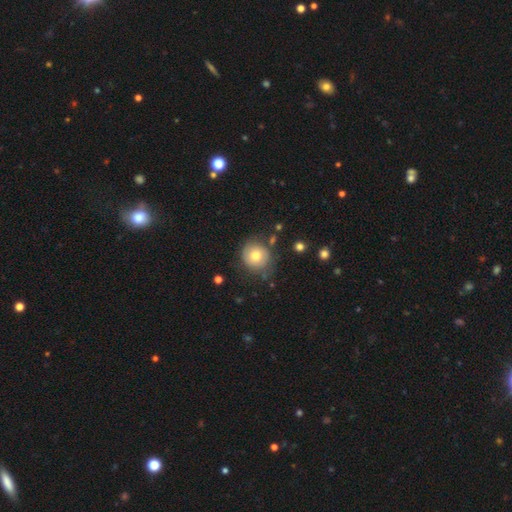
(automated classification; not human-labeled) smooth-or-featured: smooth: 73% | featured or disk: 18% | star or artifact: 9%
  how-rounded: round: 87% | in between: 13% | cigar-shaped: 1%
  merging: none: 72% | minor disturbance: 19% | major disturbance: 6% | merger: 3%